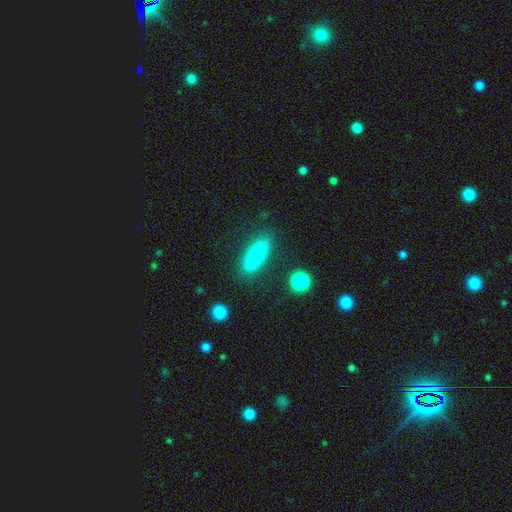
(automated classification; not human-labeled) Smooth or featured?
  - smooth: 71% *
  - featured or disk: 21%
  - star or artifact: 8%
How rounded?
  - in between: 79% *
  - cigar-shaped: 18%
  - round: 3%
Merging?
  - none: 83% *
  - minor disturbance: 12%
  - major disturbance: 3%
  - merger: 2%